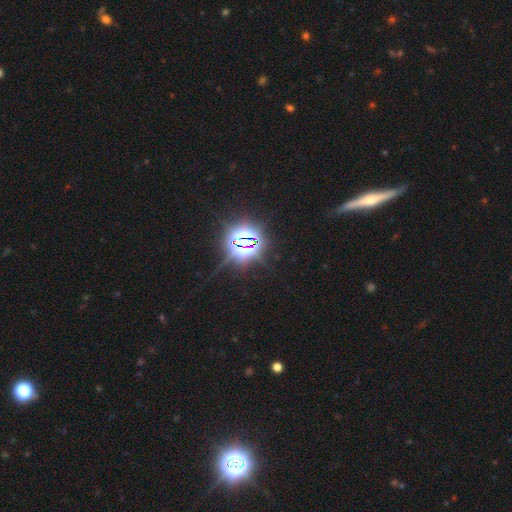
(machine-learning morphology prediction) type=star or artifact (81%).